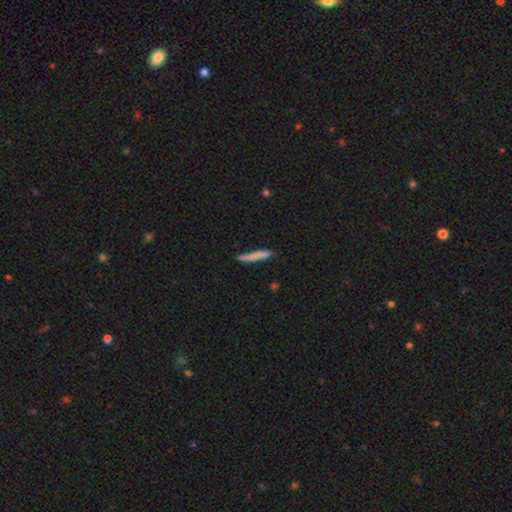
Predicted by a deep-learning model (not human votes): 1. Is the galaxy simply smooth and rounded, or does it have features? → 75% smooth, 19% featured or disk, 6% star or artifact.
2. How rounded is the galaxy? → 94% cigar-shaped, 4% in between, 1% round.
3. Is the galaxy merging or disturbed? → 78% none, 16% minor disturbance, 3% major disturbance, 3% merger.